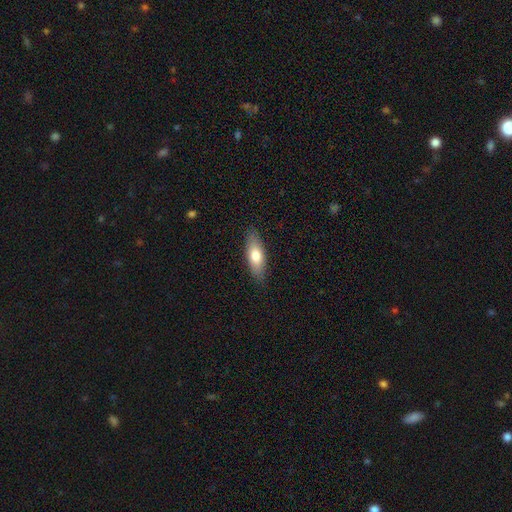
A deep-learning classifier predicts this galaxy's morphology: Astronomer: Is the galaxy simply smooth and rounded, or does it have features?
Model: smooth — 70%.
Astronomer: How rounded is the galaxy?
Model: in between — 65%.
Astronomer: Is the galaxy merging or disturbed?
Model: none — 86%.